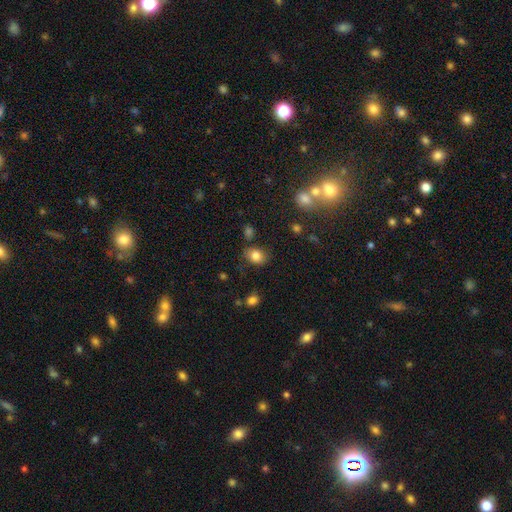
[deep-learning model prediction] smooth 82%, star or artifact 10%, featured or disk 8%. Down the decision tree: how rounded — in between (61%); merging — none (75%).